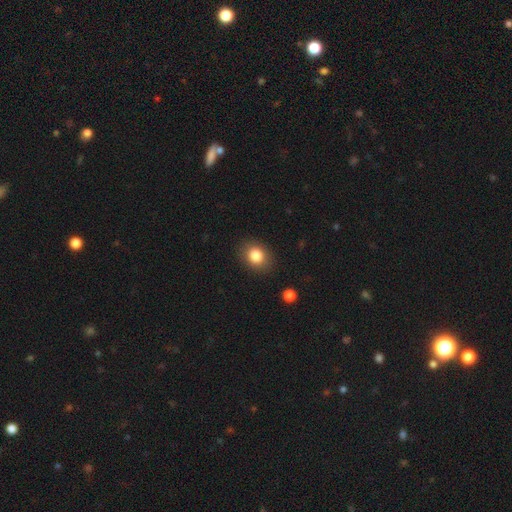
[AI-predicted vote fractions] The model was most divided on "how rounded": round: 51%, in between: 48%, cigar-shaped: 1%. More confident: merging — none (87%); smooth or featured — smooth (83%).